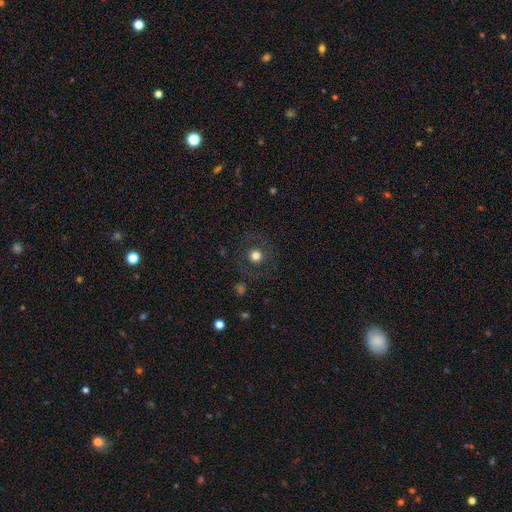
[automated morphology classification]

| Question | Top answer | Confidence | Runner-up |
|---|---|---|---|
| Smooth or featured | smooth | 68% | featured or disk (18%) |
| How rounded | round | 94% | in between (5%) |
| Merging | none | 86% | minor disturbance (8%) |